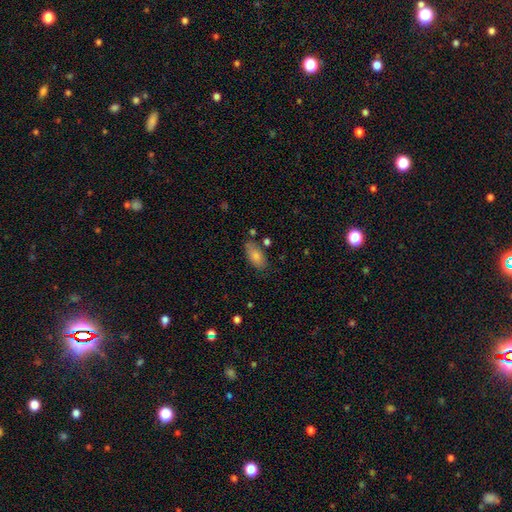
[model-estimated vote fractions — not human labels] This appears to be a smooth galaxy with no disk features (82%) that is in between round and cigar-shaped (91%). Merging: none (74%).